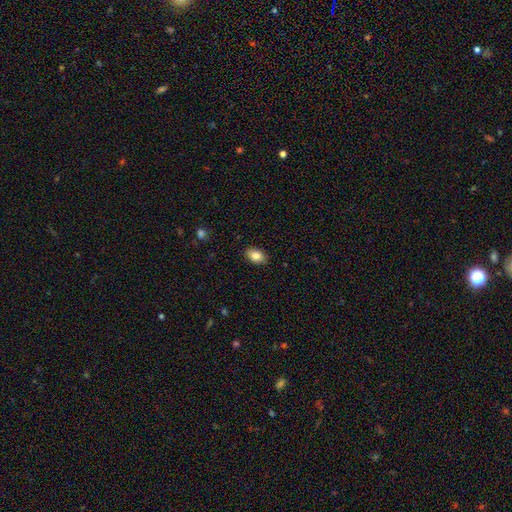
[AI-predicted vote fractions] smooth-or-featured: smooth: 86% | star or artifact: 8% | featured or disk: 6%
  how-rounded: in between: 87% | round: 12% | cigar-shaped: 1%
  merging: none: 88% | minor disturbance: 9% | major disturbance: 2% | merger: 1%